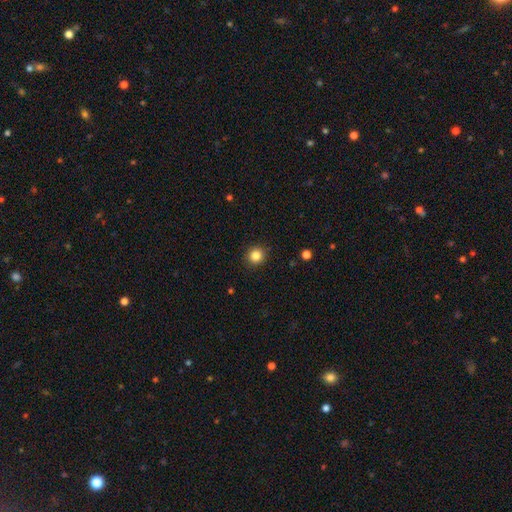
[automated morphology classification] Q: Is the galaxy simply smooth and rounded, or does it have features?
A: smooth — 84%.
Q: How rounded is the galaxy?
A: round — 92%.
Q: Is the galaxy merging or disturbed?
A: none — 92%.